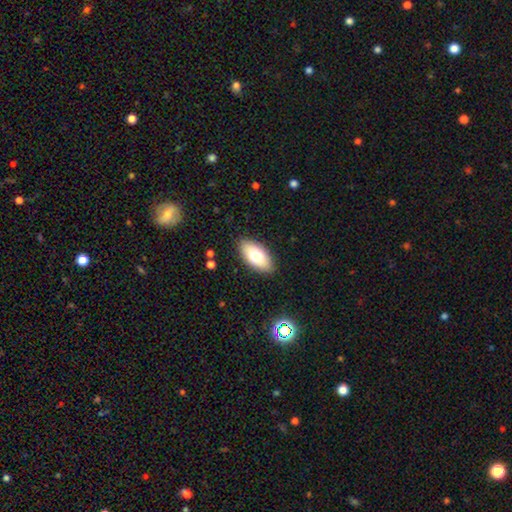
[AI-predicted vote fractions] This appears to be a smooth galaxy with no disk features (74%) that is in between round and cigar-shaped (92%). Merging: none (87%).